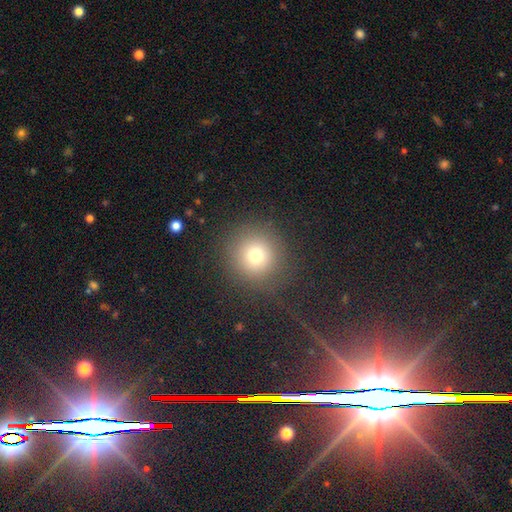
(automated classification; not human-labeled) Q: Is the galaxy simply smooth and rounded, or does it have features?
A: smooth — 73%.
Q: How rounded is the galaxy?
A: round — 94%.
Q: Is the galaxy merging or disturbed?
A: none — 84%.